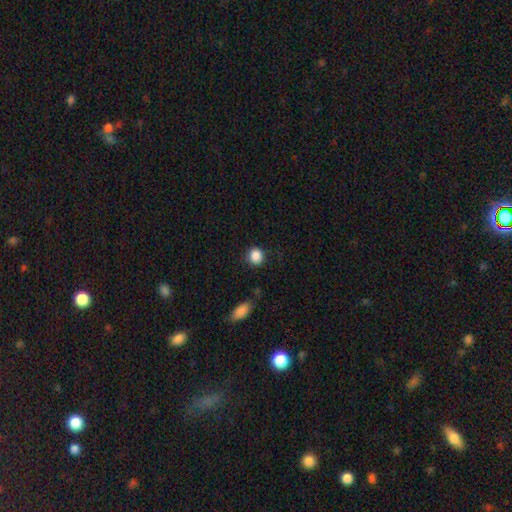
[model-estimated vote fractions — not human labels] Smooth or featured?
  - smooth: 88% *
  - star or artifact: 9%
  - featured or disk: 3%
How rounded?
  - round: 87% *
  - in between: 12%
  - cigar-shaped: 1%
Merging?
  - none: 84% *
  - minor disturbance: 10%
  - major disturbance: 3%
  - merger: 3%